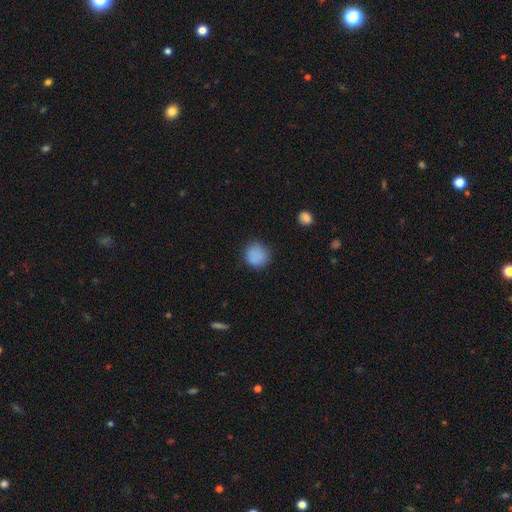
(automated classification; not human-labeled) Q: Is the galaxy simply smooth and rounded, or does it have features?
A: smooth — 85%.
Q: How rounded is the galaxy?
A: round — 89%.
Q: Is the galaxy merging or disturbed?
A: none — 81%.